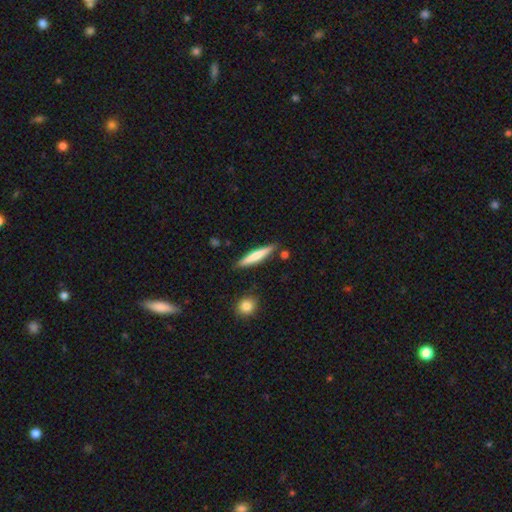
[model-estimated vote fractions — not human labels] Smooth or featured?
  - smooth: 64% *
  - featured or disk: 30%
  - star or artifact: 6%
How rounded?
  - cigar-shaped: 91% *
  - in between: 8%
  - round: 1%
Merging?
  - none: 85% *
  - minor disturbance: 10%
  - merger: 3%
  - major disturbance: 2%